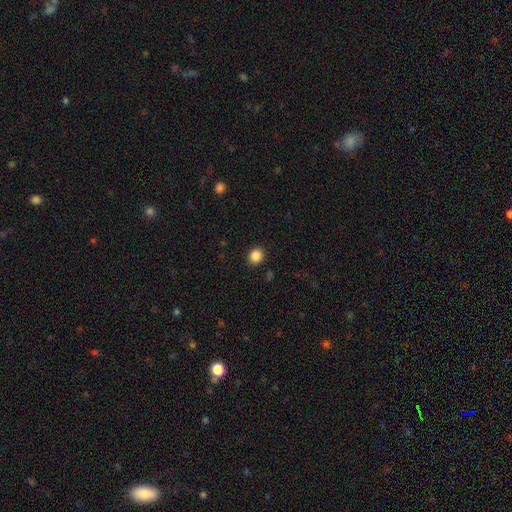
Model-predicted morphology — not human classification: Smooth or featured? smooth (86%)
How rounded? round (86%)
Merging? none (91%)